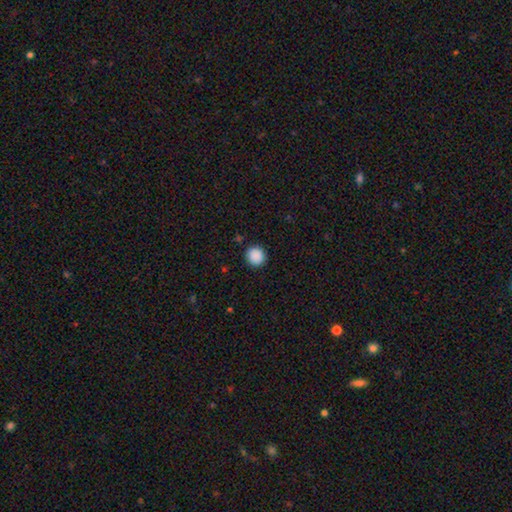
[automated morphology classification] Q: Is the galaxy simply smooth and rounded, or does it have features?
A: smooth — 89%.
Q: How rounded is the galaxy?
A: round — 92%.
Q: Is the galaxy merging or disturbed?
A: none — 91%.